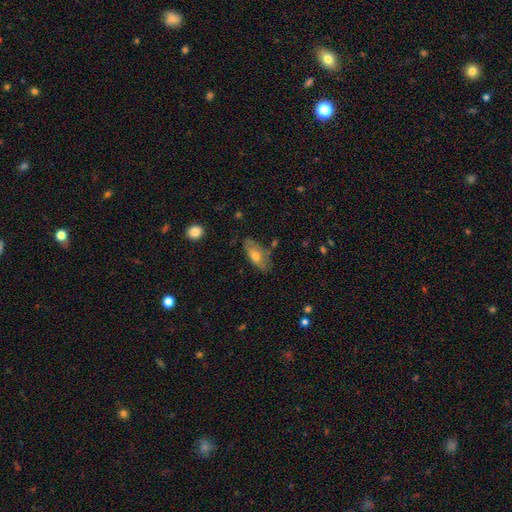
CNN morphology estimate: This is likely a smooth galaxy (65%). How rounded: clearly in between (83%). Merging: likely none (69%).